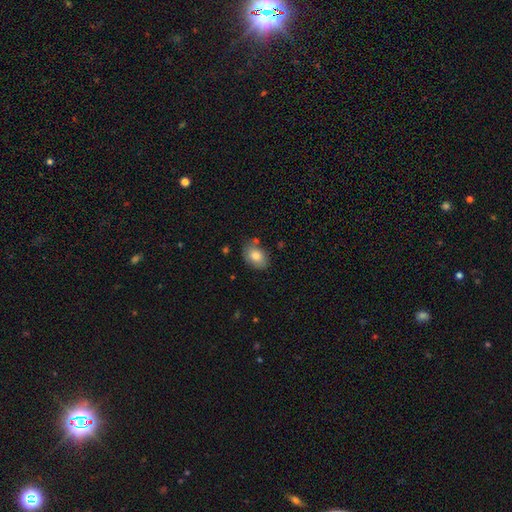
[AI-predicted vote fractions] Smooth or featured: smooth — 80% (featured or disk — 13%)
How rounded: in between — 77% (round — 22%)
Merging: none — 77% (minor disturbance — 15%)